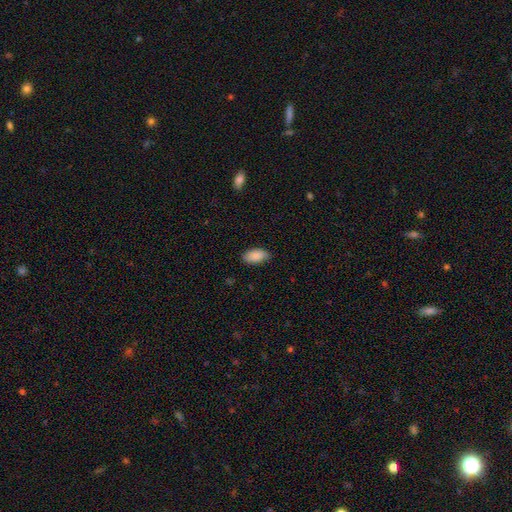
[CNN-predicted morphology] This is clearly a smooth galaxy (89%). How rounded: clearly in between (94%). Merging: clearly none (83%).